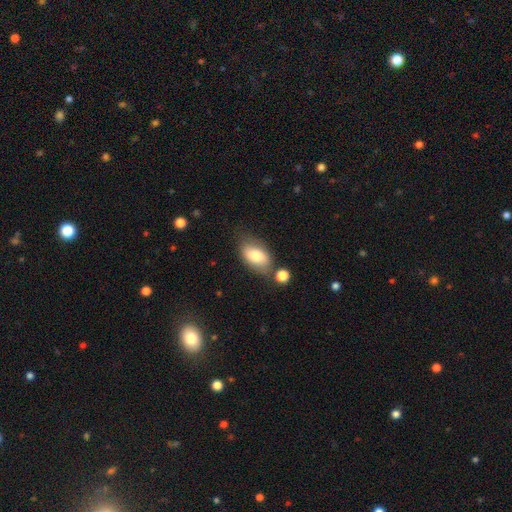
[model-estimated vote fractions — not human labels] smooth_or_featured: smooth (p=0.78) [alt: featured or disk p=0.15]
how_rounded: in between (p=0.91) [alt: round p=0.07]
merging: none (p=0.63) [alt: minor disturbance p=0.19]